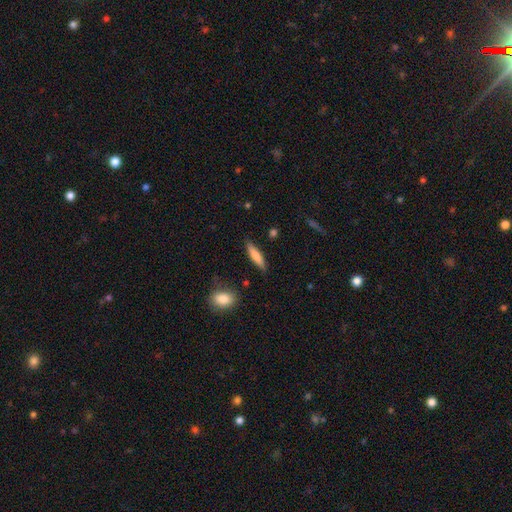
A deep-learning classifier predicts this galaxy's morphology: Smooth or featured? Predicted: smooth (p=0.75). How rounded? Predicted: cigar-shaped (p=0.77). Merging? Predicted: none (p=0.84).